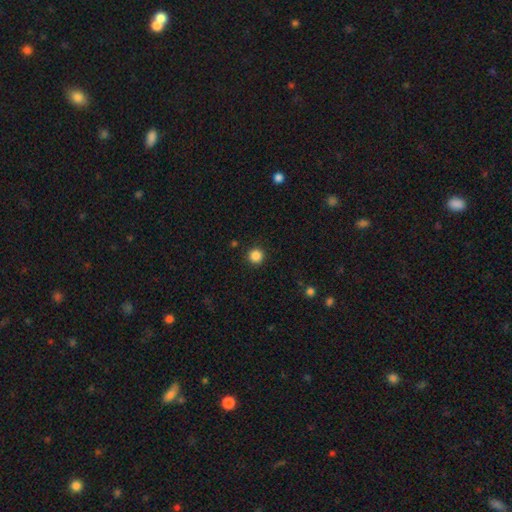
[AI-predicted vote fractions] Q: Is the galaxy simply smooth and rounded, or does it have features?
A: smooth — 86%.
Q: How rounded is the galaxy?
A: round — 96%.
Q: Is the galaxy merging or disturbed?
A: none — 93%.